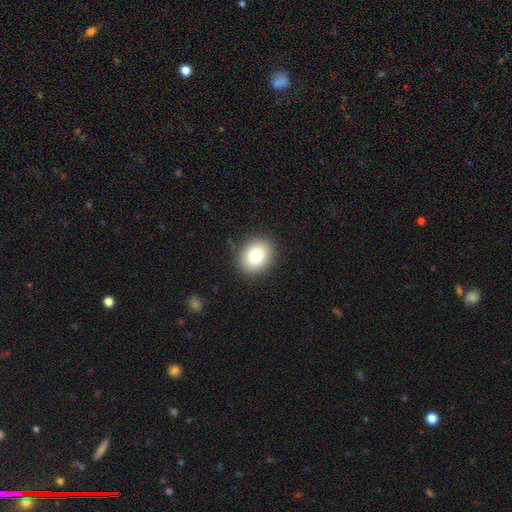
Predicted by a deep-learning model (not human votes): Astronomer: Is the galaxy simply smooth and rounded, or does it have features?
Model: smooth — 80%.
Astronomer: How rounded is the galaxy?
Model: round — 55% (runner-up: in between, 44%).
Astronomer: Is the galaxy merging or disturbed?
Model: none — 88%.